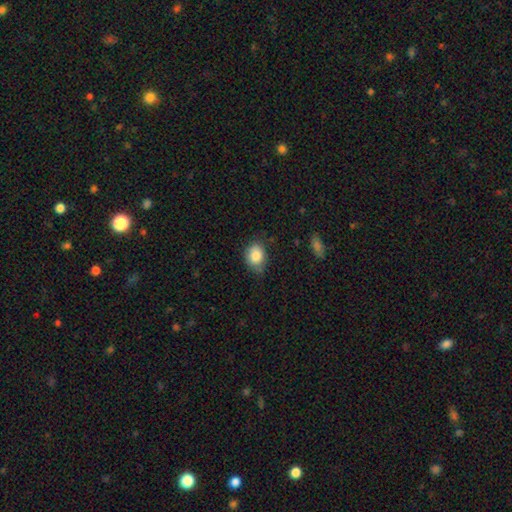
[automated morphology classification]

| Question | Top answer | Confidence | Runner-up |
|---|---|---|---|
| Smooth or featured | smooth | 84% | star or artifact (8%) |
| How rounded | in between | 62% | round (37%) |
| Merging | none | 65% | minor disturbance (28%) |